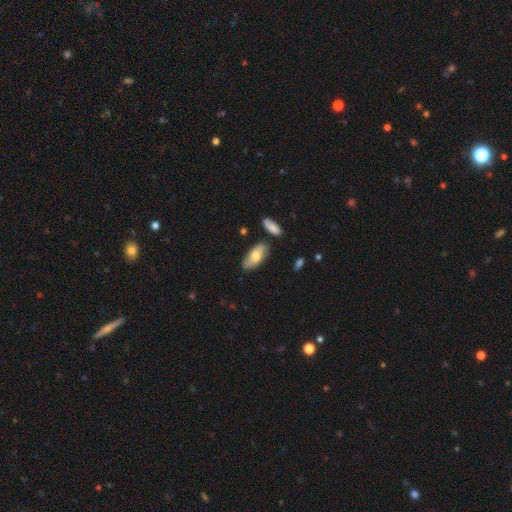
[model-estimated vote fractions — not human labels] smooth 63%, featured or disk 31%, star or artifact 6%. Down the decision tree: how rounded — in between (89%); merging — none (76%).